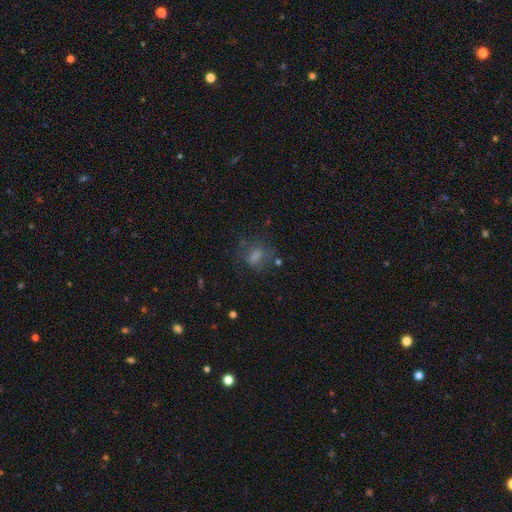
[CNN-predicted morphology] The model was most divided on "how rounded": in between: 62%, round: 33%, cigar-shaped: 5%. More confident: smooth or featured — smooth (62%); merging — none (55%).